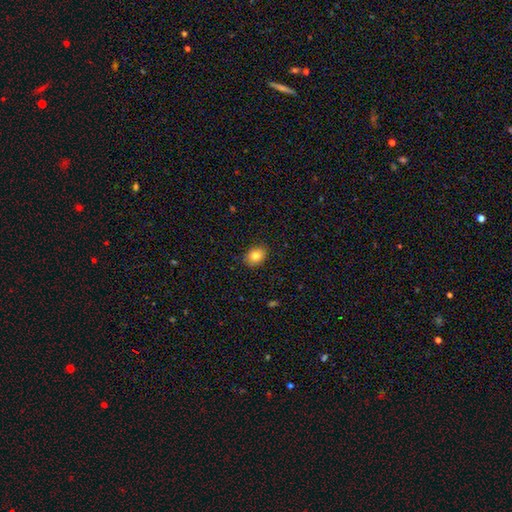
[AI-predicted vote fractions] Q: Smooth or featured?
A: smooth (82%); runner-up: star or artifact (9%)
Q: How rounded?
A: in between (62%); runner-up: round (37%)
Q: Merging?
A: none (88%); runner-up: minor disturbance (9%)